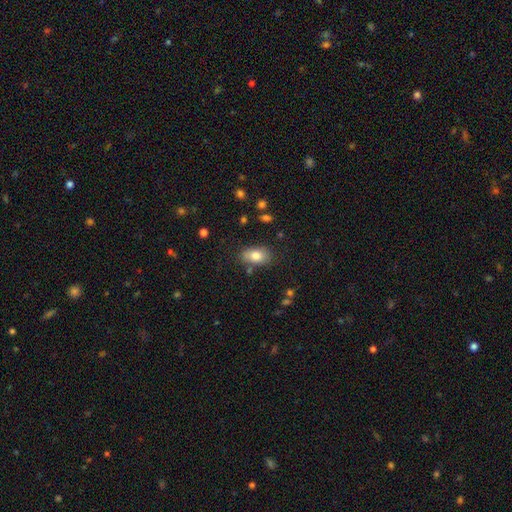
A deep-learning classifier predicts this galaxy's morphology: This is clearly a smooth galaxy (81%). How rounded: clearly in between (89%). Merging: likely none (76%).